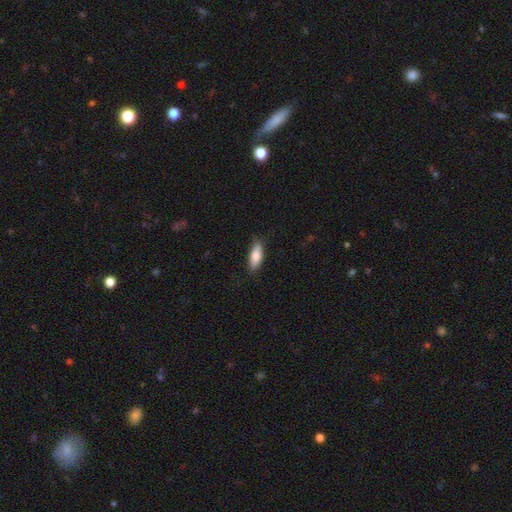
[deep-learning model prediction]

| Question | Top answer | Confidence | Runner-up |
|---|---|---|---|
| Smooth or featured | smooth | 79% | featured or disk (15%) |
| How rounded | in between | 68% | cigar-shaped (30%) |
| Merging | none | 82% | minor disturbance (15%) |